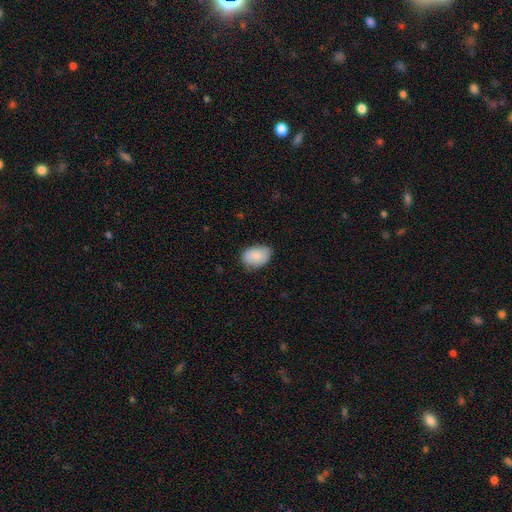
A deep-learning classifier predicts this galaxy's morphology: Smooth or featured? smooth (88%)
How rounded? in between (86%)
Merging? none (74%)